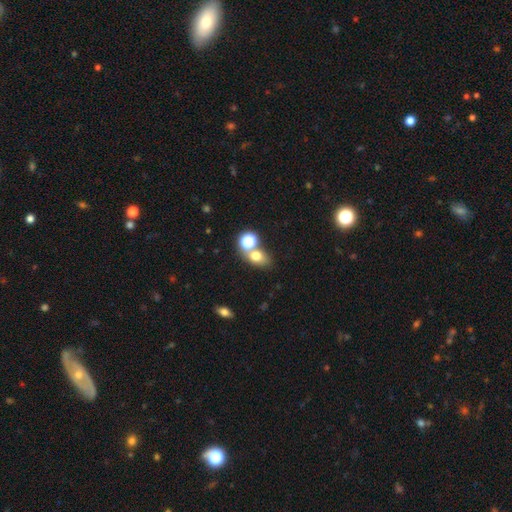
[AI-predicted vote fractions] This is likely a smooth galaxy (69%). How rounded: possibly in between (57%). Merging: possibly none (48%).